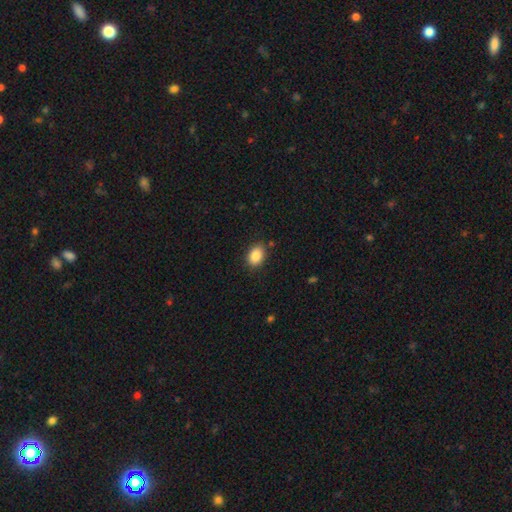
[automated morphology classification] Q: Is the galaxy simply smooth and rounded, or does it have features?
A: smooth — 87%.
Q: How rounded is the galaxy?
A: in between — 78%.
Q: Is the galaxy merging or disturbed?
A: none — 85%.